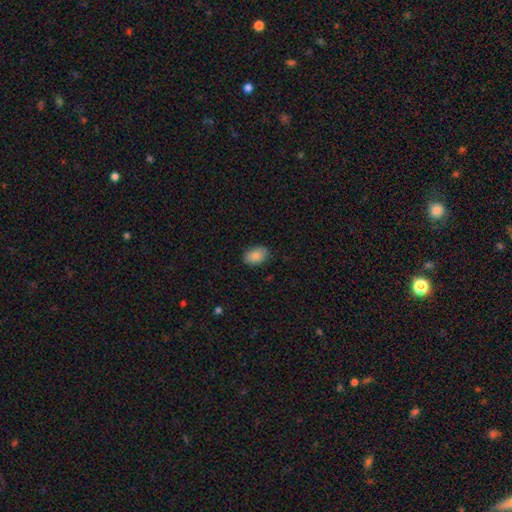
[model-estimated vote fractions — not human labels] Q: Smooth or featured?
A: smooth (88%); runner-up: star or artifact (8%)
Q: How rounded?
A: in between (87%); runner-up: round (12%)
Q: Merging?
A: none (86%); runner-up: minor disturbance (10%)